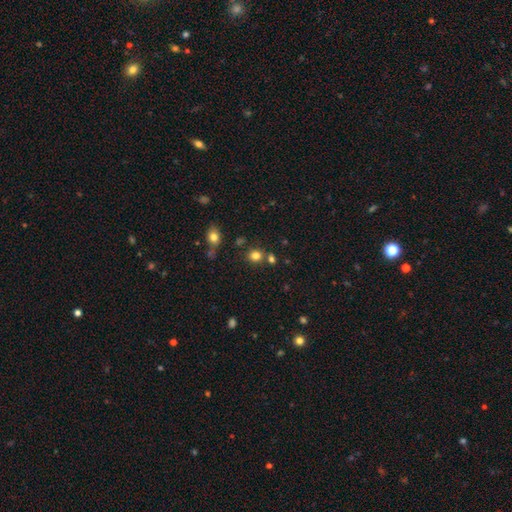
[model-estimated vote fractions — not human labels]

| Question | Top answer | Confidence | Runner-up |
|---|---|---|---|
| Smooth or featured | smooth | 80% | star or artifact (15%) |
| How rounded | round | 76% | in between (23%) |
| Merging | none | 73% | merger (14%) |